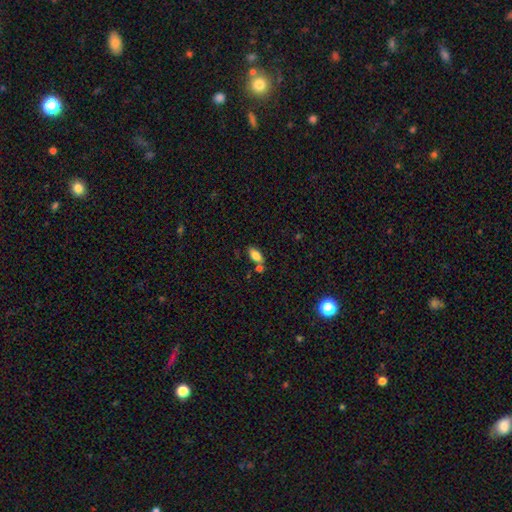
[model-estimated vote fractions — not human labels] The model was most divided on "merging": none: 69%, merger: 15%, minor disturbance: 13%, major disturbance: 3%. More confident: how rounded — in between (88%); smooth or featured — smooth (80%).